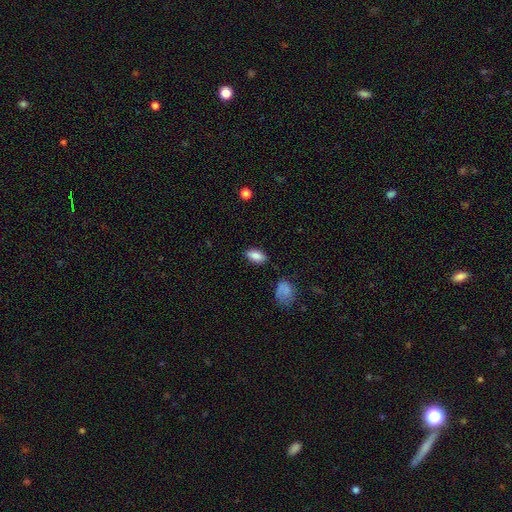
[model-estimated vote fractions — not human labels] A smooth galaxy with no disk features (86%) that is in between round and cigar-shaped (91%).

Vote fractions:
- Smooth or featured? smooth: 86% / star or artifact: 7% / featured or disk: 7%
- How rounded? in between: 91% / cigar-shaped: 5% / round: 4%
- Merging? none: 83% / minor disturbance: 12% / major disturbance: 3% / merger: 2%